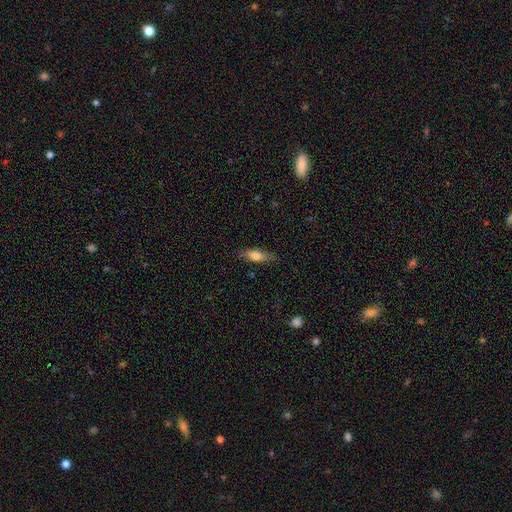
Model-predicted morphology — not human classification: Smooth or featured? Predicted: smooth (p=0.67). How rounded? Predicted: in between (p=0.54). Merging? Predicted: none (p=0.81).